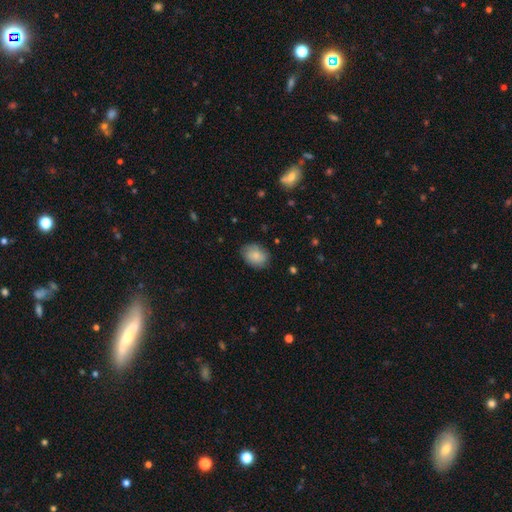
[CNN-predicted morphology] smooth 83%, featured or disk 10%, star or artifact 7%. Down the decision tree: how rounded — in between (68%); merging — none (79%).